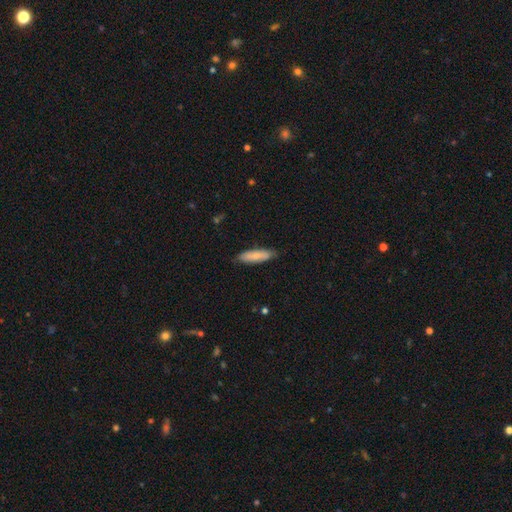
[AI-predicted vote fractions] Smooth or featured? Predicted: smooth (p=0.78). How rounded? Predicted: cigar-shaped (p=0.58). Merging? Predicted: none (p=0.83).